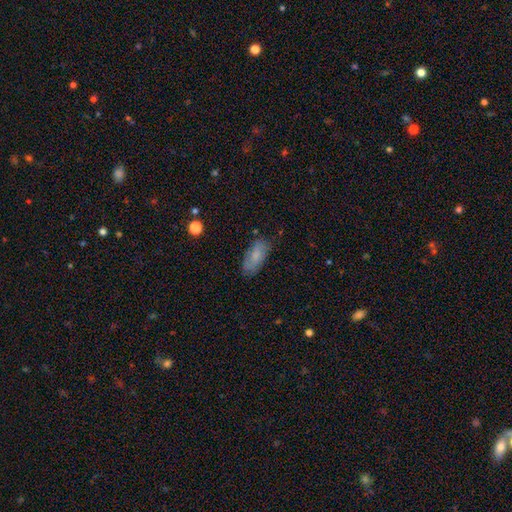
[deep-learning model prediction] This is likely a smooth galaxy (73%). How rounded: clearly in between (86%). Merging: likely none (75%).